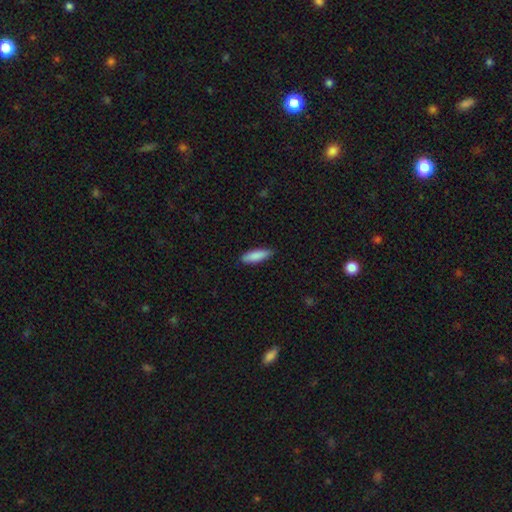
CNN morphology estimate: smooth 87%, featured or disk 7%, star or artifact 6%. Down the decision tree: how rounded — cigar-shaped (56%); merging — none (87%).